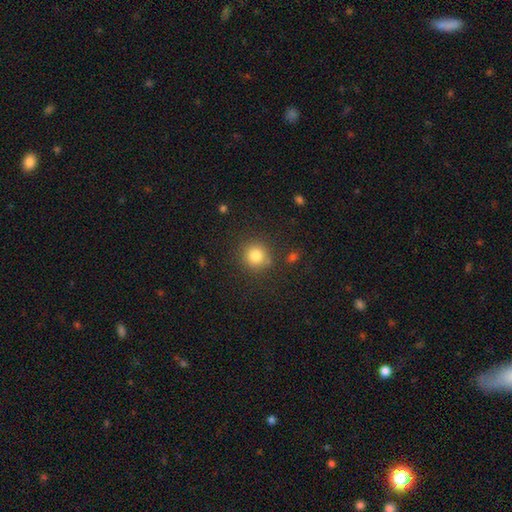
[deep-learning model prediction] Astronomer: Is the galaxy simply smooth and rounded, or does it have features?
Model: smooth — 82%.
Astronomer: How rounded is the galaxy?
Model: round — 92%.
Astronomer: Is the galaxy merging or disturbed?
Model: none — 84%.